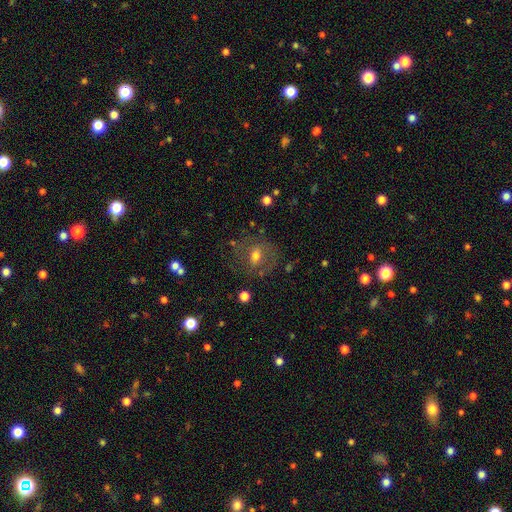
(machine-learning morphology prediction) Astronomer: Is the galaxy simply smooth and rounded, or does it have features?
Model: smooth — 52% (runner-up: featured or disk, 37%).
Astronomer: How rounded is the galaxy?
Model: round — 50% (runner-up: in between, 48%).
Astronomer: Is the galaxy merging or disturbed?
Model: none — 67%.